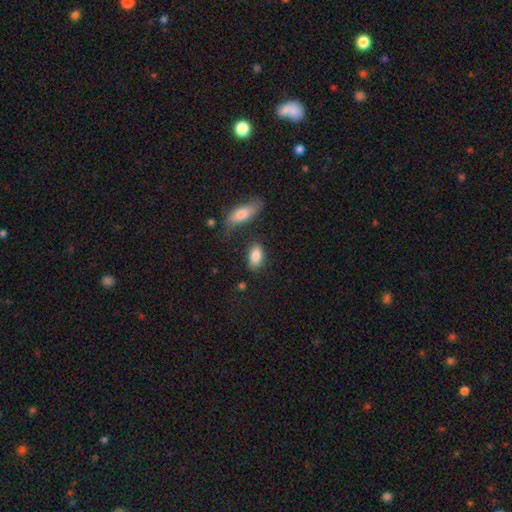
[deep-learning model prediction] This appears to be a smooth galaxy with no disk features (85%) that is in between round and cigar-shaped (91%). Merging: none (74%).